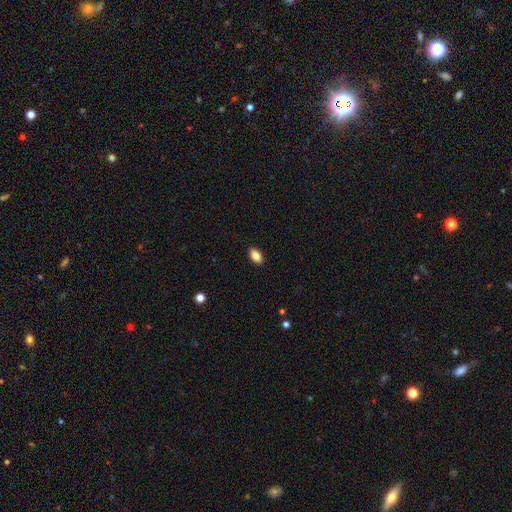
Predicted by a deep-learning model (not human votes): Overall: smooth (86%). How rounded: in between (91%). Merging: none (90%).